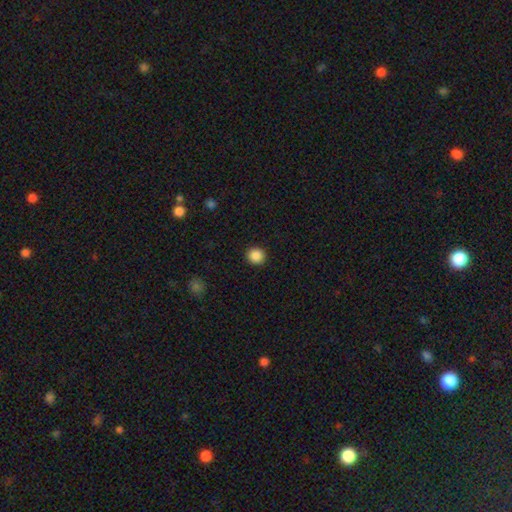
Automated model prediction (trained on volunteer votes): smooth-or-featured: smooth: 87% | star or artifact: 9% | featured or disk: 3%
  how-rounded: round: 92% | in between: 8% | cigar-shaped: 1%
  merging: none: 92% | minor disturbance: 5% | major disturbance: 2% | merger: 1%